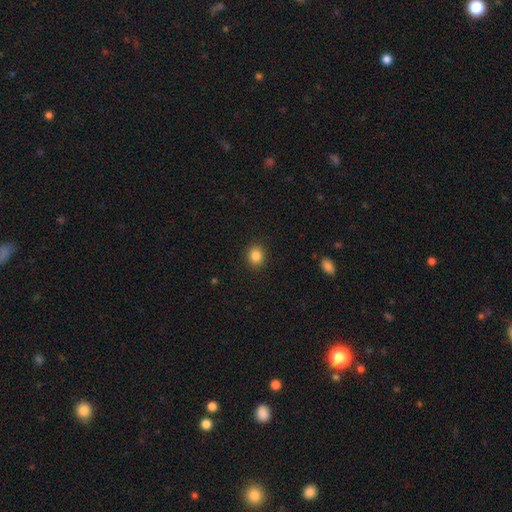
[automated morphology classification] Smooth or featured: smooth — 86% (star or artifact — 10%)
How rounded: round — 72% (in between — 27%)
Merging: none — 90% (minor disturbance — 6%)